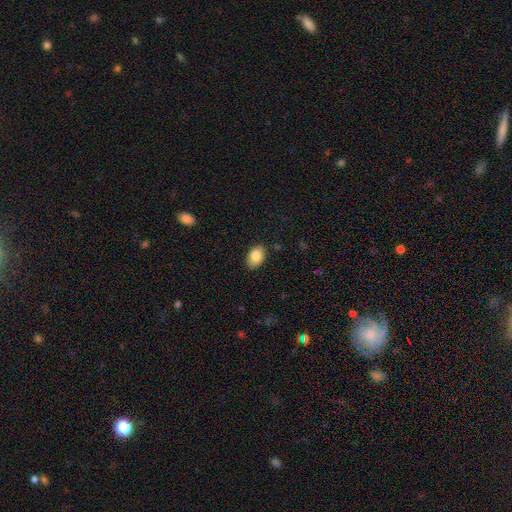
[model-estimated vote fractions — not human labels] smooth-or-featured: smooth: 83% | featured or disk: 10% | star or artifact: 7%
  how-rounded: in between: 86% | round: 13% | cigar-shaped: 1%
  merging: none: 86% | minor disturbance: 11% | major disturbance: 2% | merger: 1%